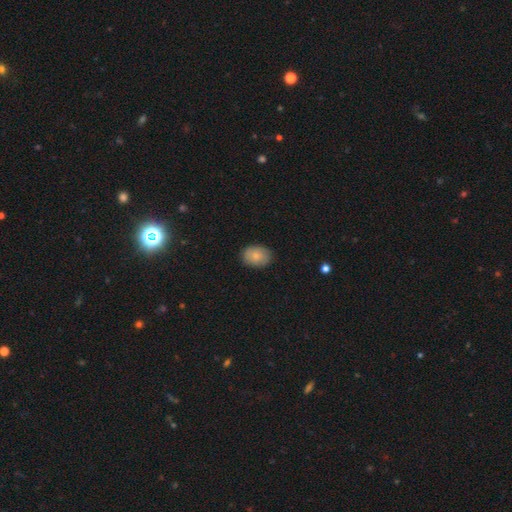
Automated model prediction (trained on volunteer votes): Morphology: type=smooth (83%); roundness=in between (68%); merging=none (87%).